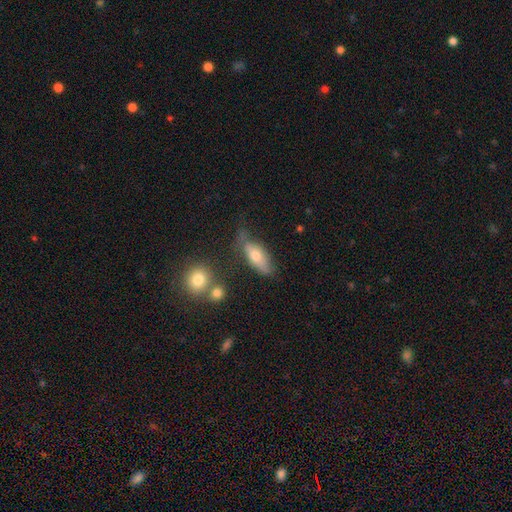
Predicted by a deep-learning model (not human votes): This is likely a smooth galaxy (62%). How rounded: likely in between (70%). Merging: possibly none (52%).